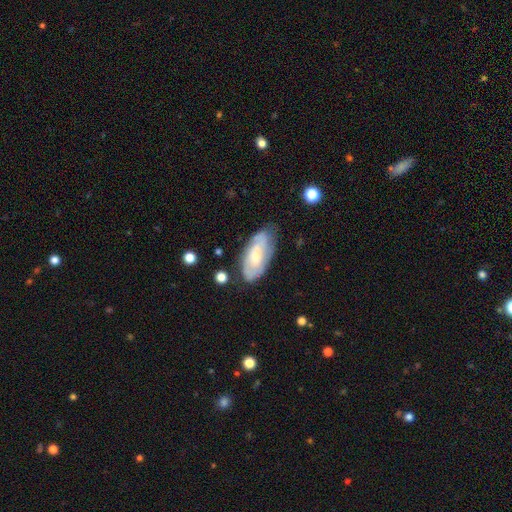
Smooth or featured? featured or disk (63%)
Edge-on disk? no (83%)
Bar? no (45%)
Spiral arms? yes (75%)
Spiral winding? medium (60%)
Spiral arm count? 2 (80%)
Bulge size? moderate (85%)
Merging? none (65%)